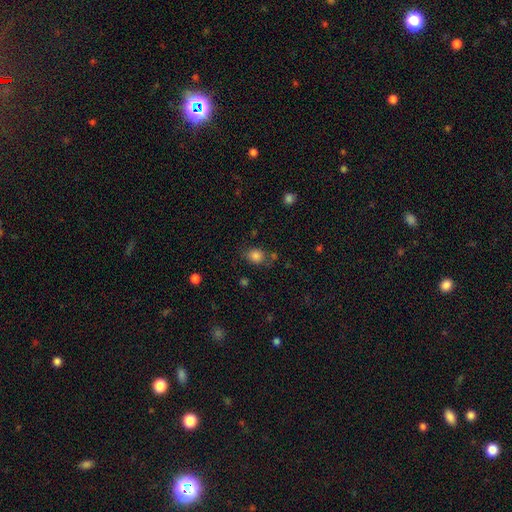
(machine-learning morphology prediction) Smooth or featured: smooth — 82% (star or artifact — 11%)
How rounded: round — 59% (in between — 40%)
Merging: none — 68% (minor disturbance — 19%)